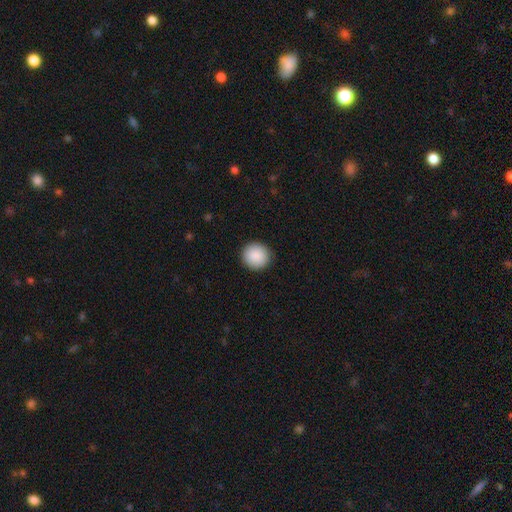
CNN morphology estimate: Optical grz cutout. It shows a smooth galaxy with no disk features (90%) that is round (93%). Merging: none (92%).